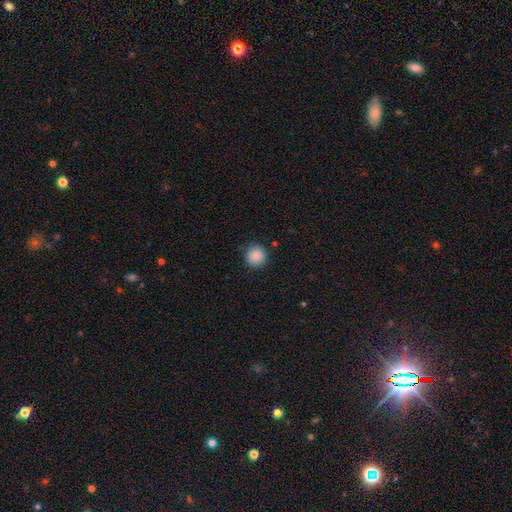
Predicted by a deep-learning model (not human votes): smooth-or-featured: smooth: 88% | star or artifact: 9% | featured or disk: 3%
  how-rounded: round: 93% | in between: 6% | cigar-shaped: 1%
  merging: none: 86% | minor disturbance: 10% | major disturbance: 3% | merger: 1%